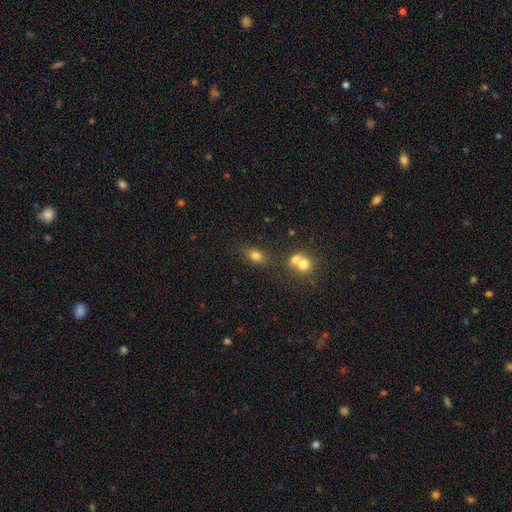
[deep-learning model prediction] Smooth or featured?
  - smooth: 77% *
  - star or artifact: 12%
  - featured or disk: 11%
How rounded?
  - in between: 74% *
  - round: 22%
  - cigar-shaped: 4%
Merging?
  - none: 67% *
  - merger: 15%
  - minor disturbance: 13%
  - major disturbance: 5%